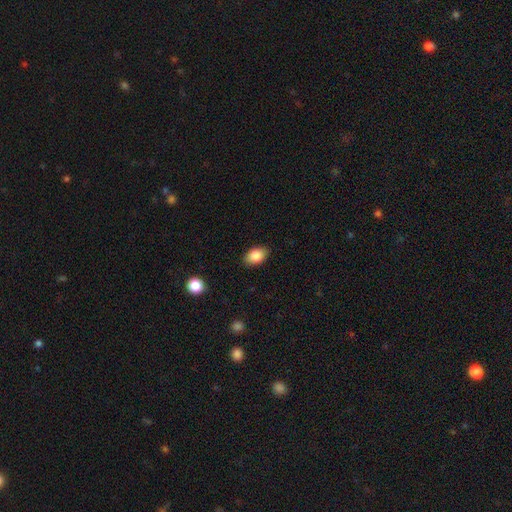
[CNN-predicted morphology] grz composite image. It shows a smooth galaxy with no disk features (86%) that is in between round and cigar-shaped (86%). Merging: none (87%).